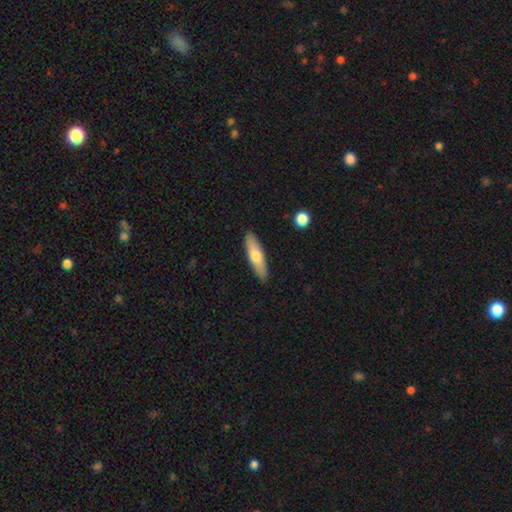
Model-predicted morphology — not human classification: Overall: smooth (63%; featured or disk 31%). How rounded: cigar-shaped (65%; in between 33%). Merging: none (89%).